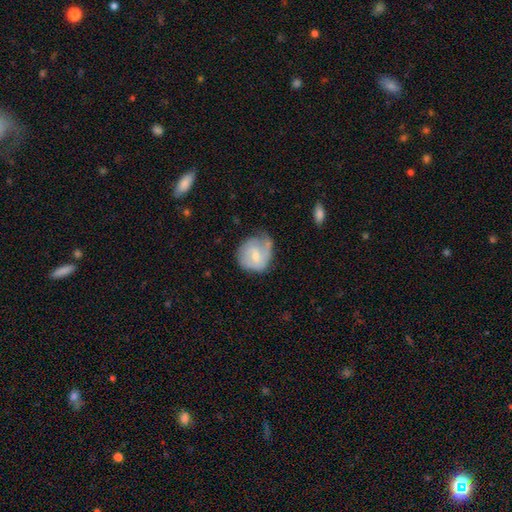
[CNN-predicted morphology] A featured or disk galaxy (54%) with a weak bar (49%), spiral arms (79%) and a small central bulge (54%).

Vote fractions:
- Smooth or featured? featured or disk: 54% / smooth: 40% / star or artifact: 6%
- Edge-on disk? no: 98% / yes: 2%
- Bar? weak: 49% / no: 43% / strong: 8%
- Spiral arms? yes: 79% / no: 21%
- Bulge size? small: 54% / moderate: 37% / none: 6% / large: 2% / dominant: 1%
- Merging? none: 43% / minor disturbance: 35% / major disturbance: 19% / merger: 4%